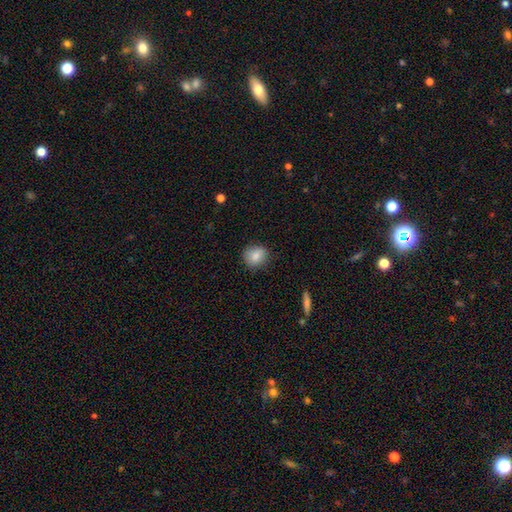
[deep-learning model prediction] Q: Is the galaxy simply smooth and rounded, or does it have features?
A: smooth — 84%.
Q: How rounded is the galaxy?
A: round — 71%.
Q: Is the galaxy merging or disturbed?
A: none — 83%.